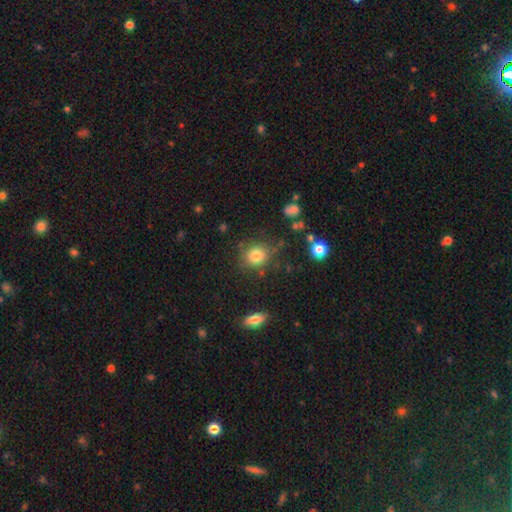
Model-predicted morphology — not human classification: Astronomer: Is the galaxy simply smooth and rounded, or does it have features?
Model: smooth — 82%.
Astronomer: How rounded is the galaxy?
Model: round — 77%.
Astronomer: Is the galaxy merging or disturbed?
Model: none — 77%.